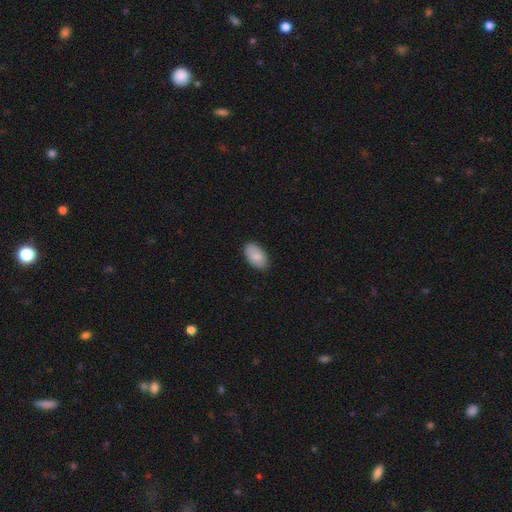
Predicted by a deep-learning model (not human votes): Smooth or featured? Predicted: smooth (p=0.86). How rounded? Predicted: in between (p=0.95). Merging? Predicted: none (p=0.86).